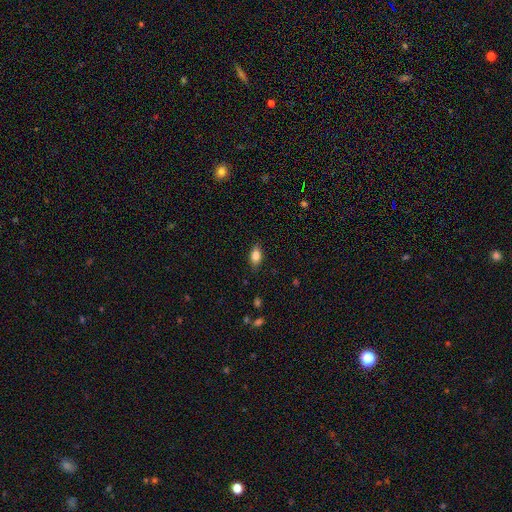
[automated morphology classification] Smooth or featured? Predicted: smooth (p=0.79). How rounded? Predicted: in between (p=0.85). Merging? Predicted: none (p=0.84).